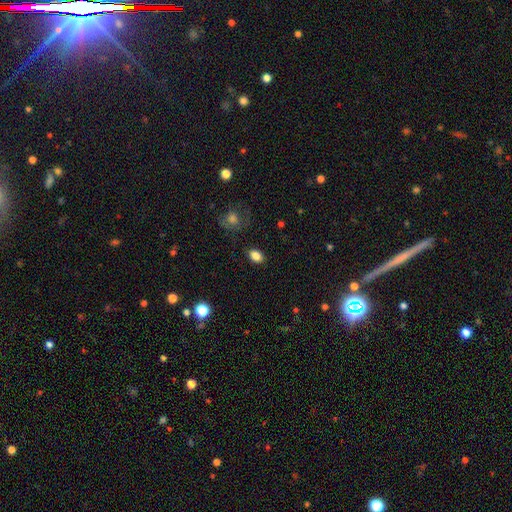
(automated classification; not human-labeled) smooth 85%, star or artifact 10%, featured or disk 5%. Down the decision tree: how rounded — in between (79%); merging — none (86%).